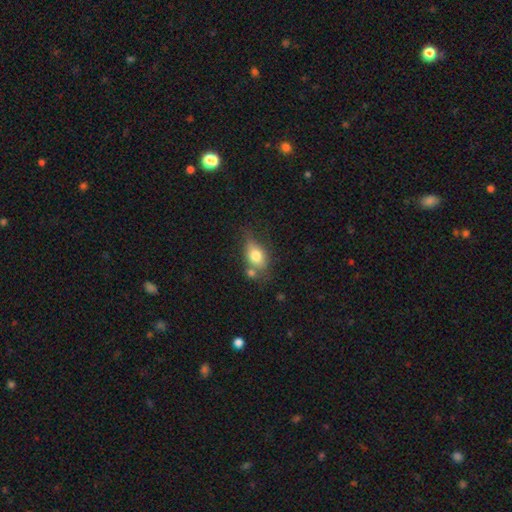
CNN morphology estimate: This appears to be a smooth galaxy with no disk features (75%) that is in between round and cigar-shaped (79%). Merging: none (51%).